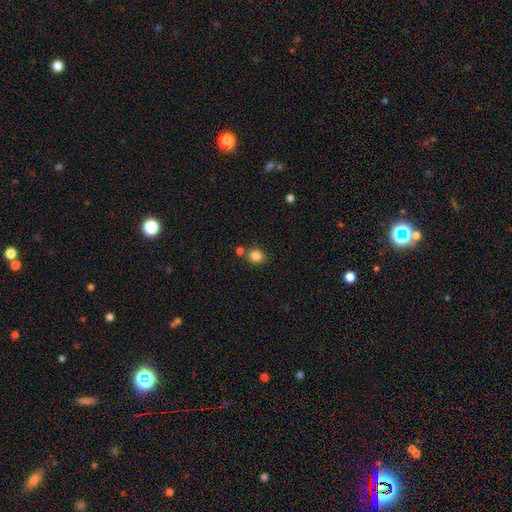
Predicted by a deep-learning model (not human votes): Smooth or featured? Predicted: smooth (p=0.83). How rounded? Predicted: round (p=0.73). Merging? Predicted: none (p=0.69).